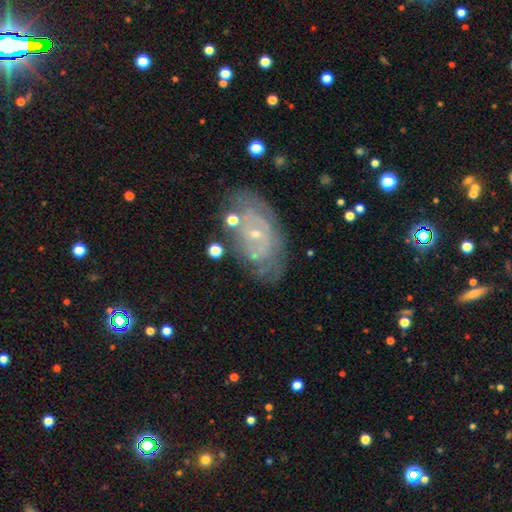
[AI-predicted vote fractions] This is likely a featured or disk galaxy (73%). It is clearly not viewed edge-on (95%). Bar: likely no (62%). Spiral arm pattern: likely yes (69%). Central bulge: likely small (76%). Merging: possibly none (60%).